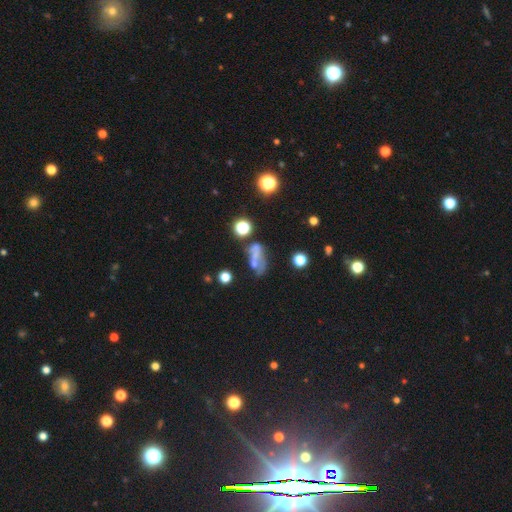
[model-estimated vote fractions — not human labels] A smooth galaxy with no disk features (40%).

Vote fractions:
- Smooth or featured? smooth: 40% / featured or disk: 37% / star or artifact: 22%
- Merging? none: 29% / merger: 28% / major disturbance: 25% / minor disturbance: 18%